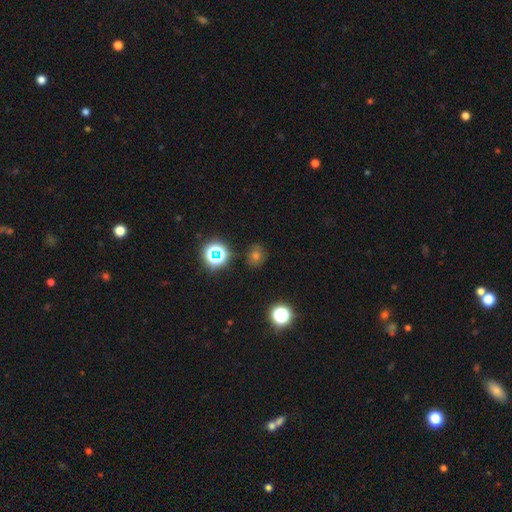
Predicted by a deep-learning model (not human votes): Smooth or featured?
  - smooth: 48% *
  - star or artifact: 42%
  - featured or disk: 10%
Merging?
  - none: 82% *
  - minor disturbance: 10%
  - major disturbance: 4%
  - merger: 4%